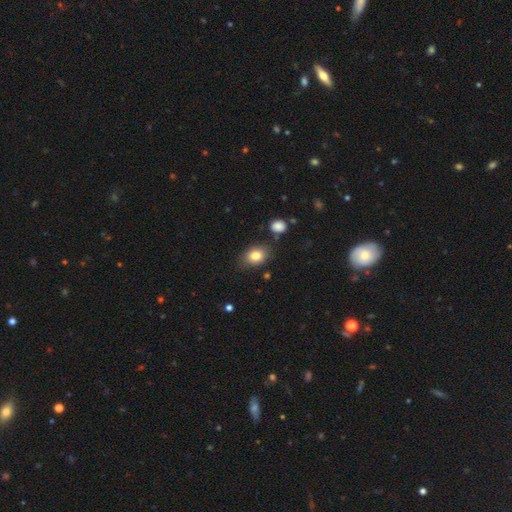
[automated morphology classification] Smooth or featured? smooth (81%)
How rounded? in between (73%)
Merging? none (77%)